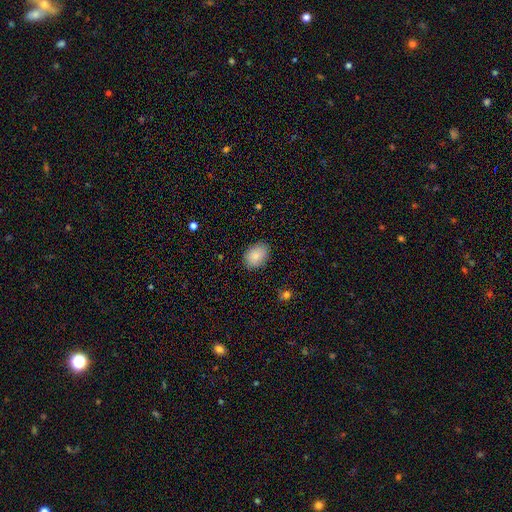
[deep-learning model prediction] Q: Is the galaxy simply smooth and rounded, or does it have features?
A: smooth — 85%.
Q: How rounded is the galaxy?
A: in between — 80%.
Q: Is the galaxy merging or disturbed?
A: none — 85%.